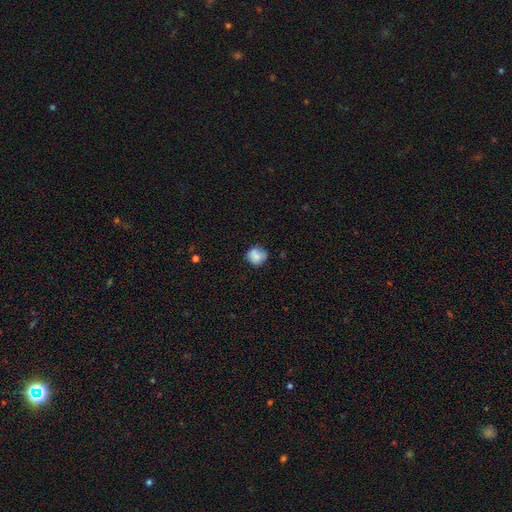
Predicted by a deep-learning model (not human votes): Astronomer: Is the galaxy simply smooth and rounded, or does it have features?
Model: smooth — 82%.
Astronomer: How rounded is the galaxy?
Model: round — 82%.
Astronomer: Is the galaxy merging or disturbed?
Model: none — 68%.